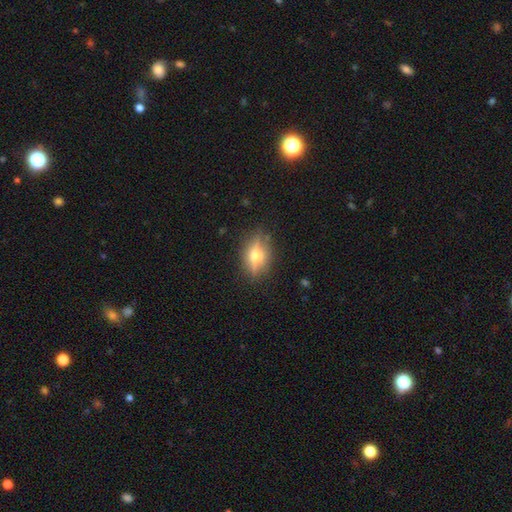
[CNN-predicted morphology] A featured or disk galaxy (55%) viewed edge-on (84%). Merging: none (83%).